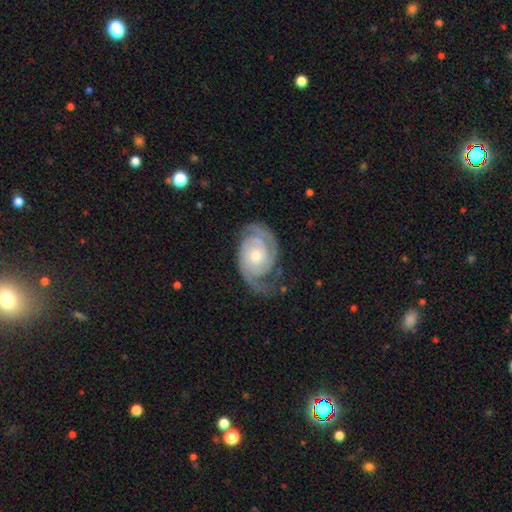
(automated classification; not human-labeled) featured or disk 91%, smooth 5%, star or artifact 4%. Down the decision tree: edge-on disk — no (97%); bar — no (75%); spiral arms — yes (98%); spiral arm count — 2 (78%); spiral winding — tight (60%); bulge size — small (49%); merging — none (73%).